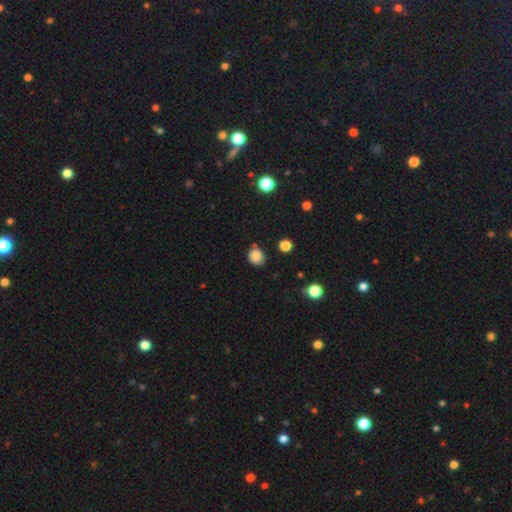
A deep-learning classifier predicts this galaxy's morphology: Q: Smooth or featured?
A: smooth (84%); runner-up: star or artifact (11%)
Q: How rounded?
A: round (78%); runner-up: in between (21%)
Q: Merging?
A: none (76%); runner-up: minor disturbance (16%)